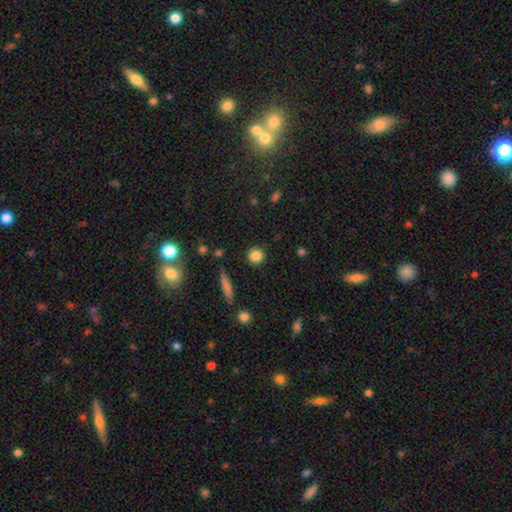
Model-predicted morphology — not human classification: smooth 84%, star or artifact 10%, featured or disk 6%. Down the decision tree: how rounded — round (90%); merging — none (89%).